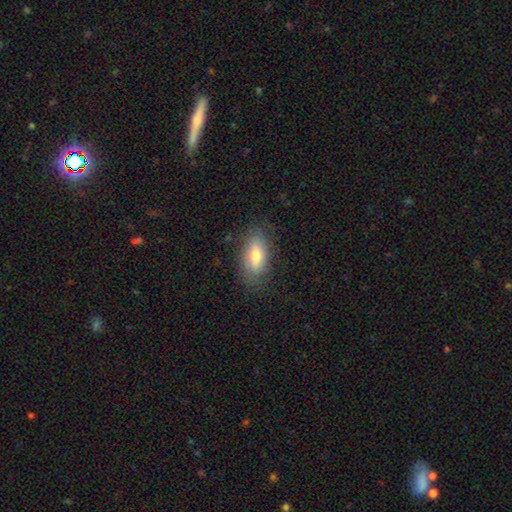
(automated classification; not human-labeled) Q: Smooth or featured?
A: smooth (72%); runner-up: featured or disk (21%)
Q: How rounded?
A: in between (84%); runner-up: cigar-shaped (12%)
Q: Merging?
A: none (79%); runner-up: minor disturbance (15%)